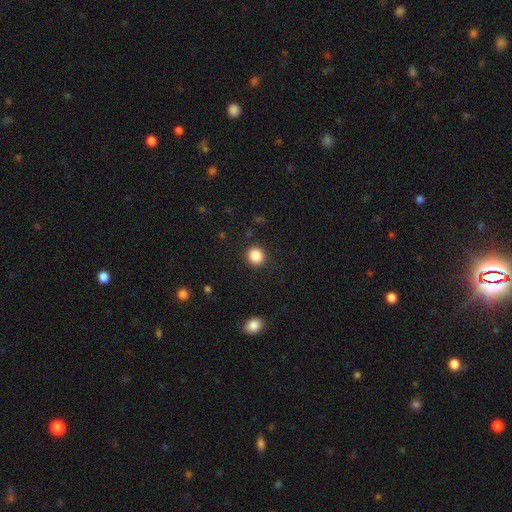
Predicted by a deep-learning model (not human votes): This appears to be a smooth galaxy with no disk features (87%) that is round (90%). Merging: none (91%).